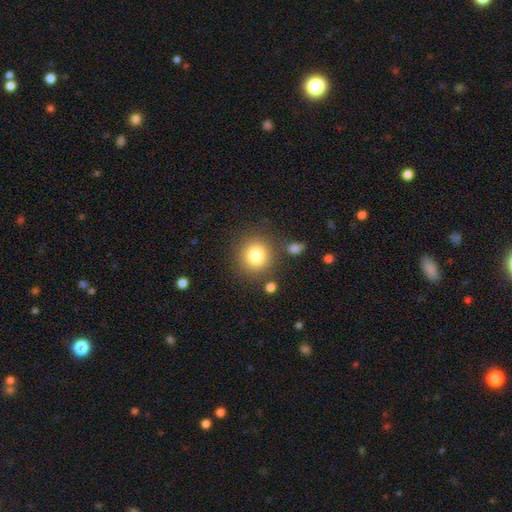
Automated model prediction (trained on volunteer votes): Smooth or featured? smooth (81%)
How rounded? round (90%)
Merging? none (83%)